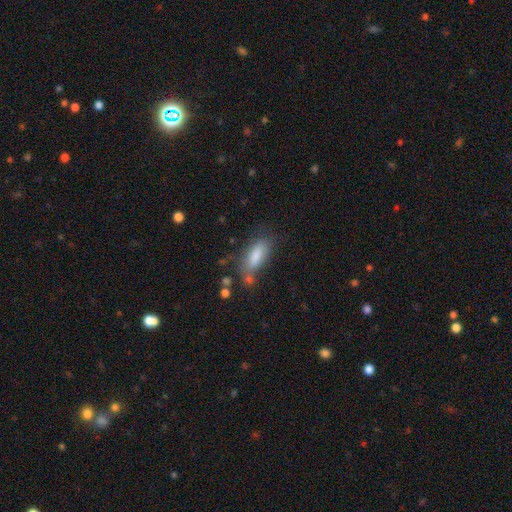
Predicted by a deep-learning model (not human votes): Smooth or featured? Predicted: smooth (p=0.78). How rounded? Predicted: in between (p=0.67). Merging? Predicted: none (p=0.62).